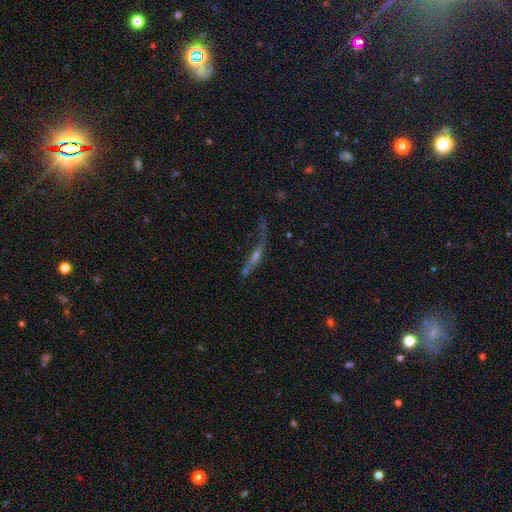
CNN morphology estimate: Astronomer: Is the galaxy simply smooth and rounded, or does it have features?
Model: featured or disk — 59%.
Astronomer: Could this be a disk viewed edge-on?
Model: yes — 68%.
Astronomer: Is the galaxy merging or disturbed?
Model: none — 41% (runner-up: major disturbance, 29%).